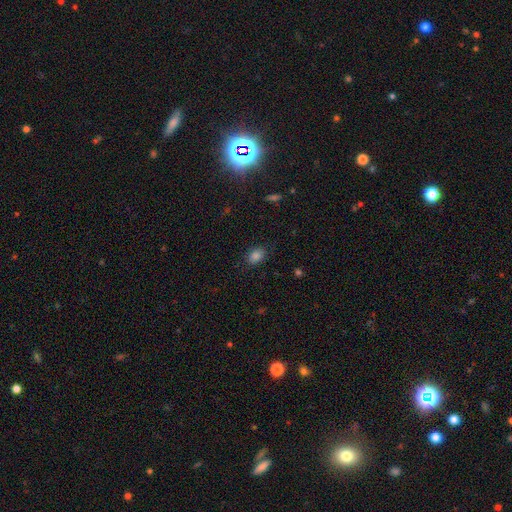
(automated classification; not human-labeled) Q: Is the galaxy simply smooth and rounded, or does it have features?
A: smooth — 84%.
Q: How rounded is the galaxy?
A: in between — 75%.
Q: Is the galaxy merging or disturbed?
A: none — 82%.